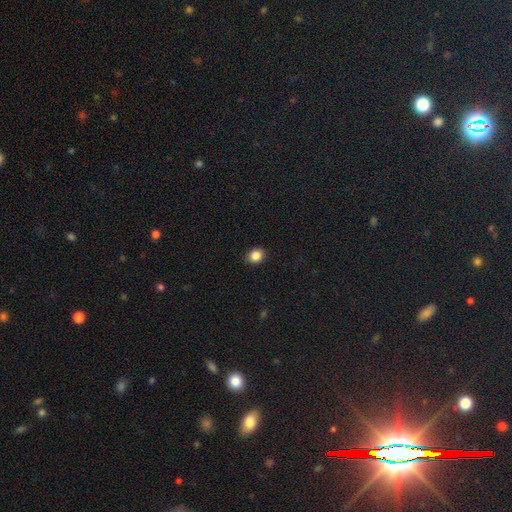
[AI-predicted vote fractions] smooth_or_featured: smooth (p=0.86) [alt: star or artifact p=0.10]
how_rounded: round (p=0.71) [alt: in between p=0.28]
merging: none (p=0.91) [alt: minor disturbance p=0.06]